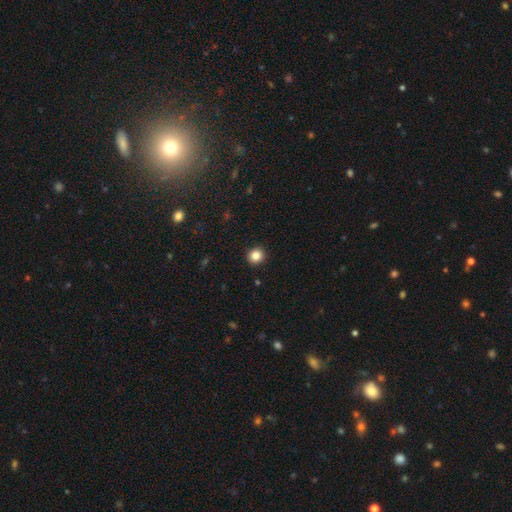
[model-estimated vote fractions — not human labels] Smooth or featured?
  - smooth: 85% *
  - star or artifact: 10%
  - featured or disk: 5%
How rounded?
  - round: 87% *
  - in between: 12%
  - cigar-shaped: 1%
Merging?
  - none: 92% *
  - minor disturbance: 5%
  - major disturbance: 2%
  - merger: 1%